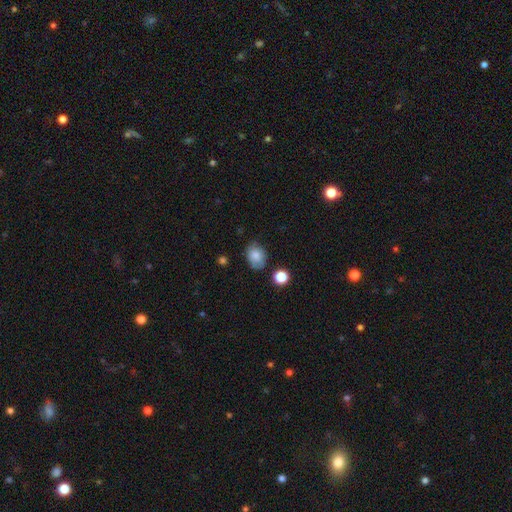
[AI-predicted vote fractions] Overall: smooth (75%). How rounded: in between (67%; round 32%). Merging: none (68%).